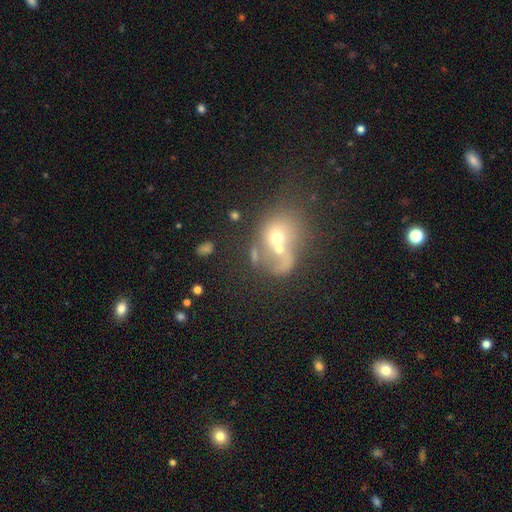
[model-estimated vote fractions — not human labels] A smooth galaxy with no disk features (42%).

Vote fractions:
- Smooth or featured? smooth: 42% / featured or disk: 41% / star or artifact: 17%
- Merging? merger: 67% / none: 15% / major disturbance: 11% / minor disturbance: 7%